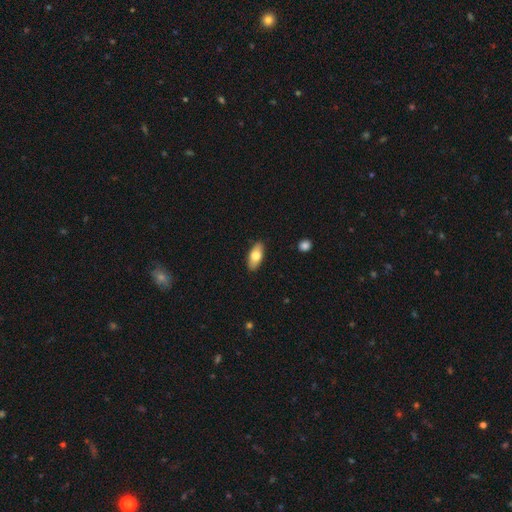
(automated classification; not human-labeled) This appears to be a smooth galaxy with no disk features (73%) that is in between round and cigar-shaped (86%). Merging: none (88%).